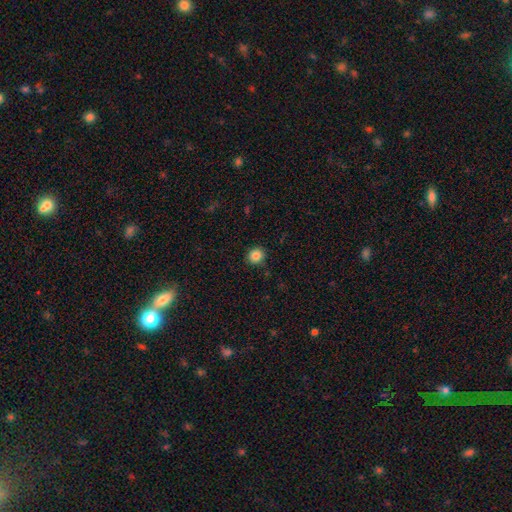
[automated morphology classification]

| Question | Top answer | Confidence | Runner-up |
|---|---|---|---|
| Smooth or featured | smooth | 85% | star or artifact (11%) |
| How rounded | round | 86% | in between (13%) |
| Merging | none | 90% | minor disturbance (7%) |